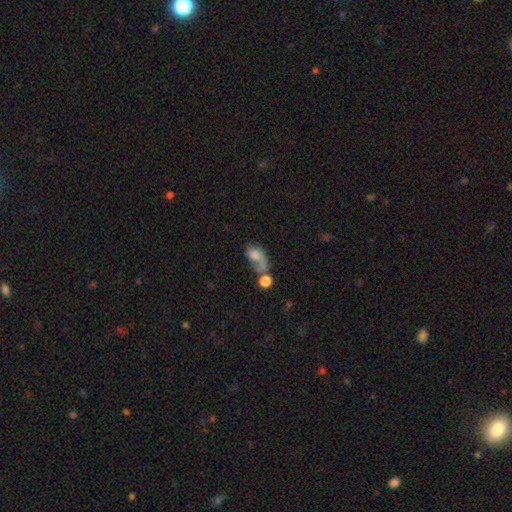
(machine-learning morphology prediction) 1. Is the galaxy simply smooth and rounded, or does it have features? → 53% smooth, 34% featured or disk, 13% star or artifact.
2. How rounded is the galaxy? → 77% in between, 19% round, 3% cigar-shaped.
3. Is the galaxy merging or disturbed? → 32% merger, 28% major disturbance, 24% none, 16% minor disturbance.